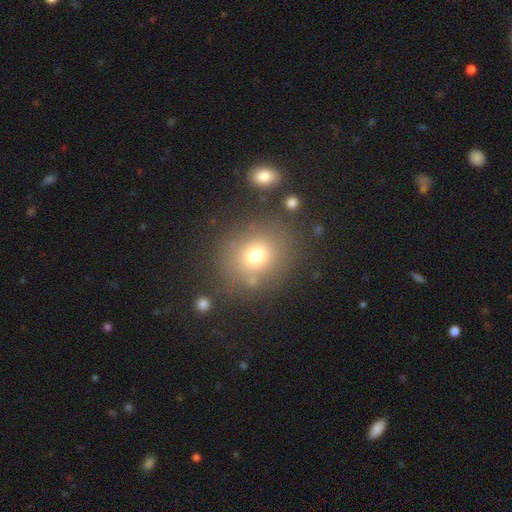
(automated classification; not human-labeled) smooth_or_featured: smooth (p=0.71) [alt: star or artifact p=0.16]
how_rounded: round (p=0.75) [alt: in between p=0.24]
merging: none (p=0.77) [alt: minor disturbance p=0.11]